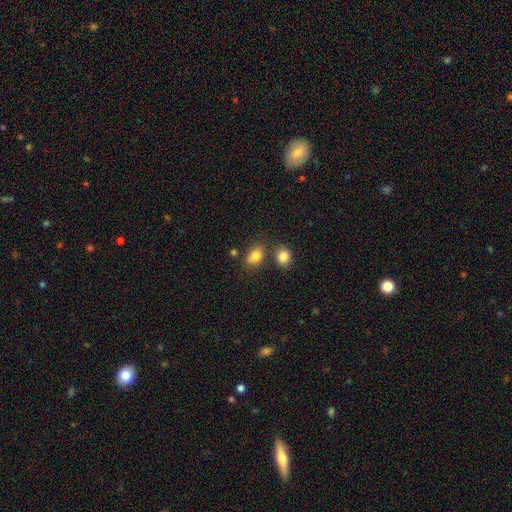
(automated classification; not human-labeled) smooth 82%, star or artifact 10%, featured or disk 9%. Down the decision tree: how rounded — in between (74%); merging — none (63%).